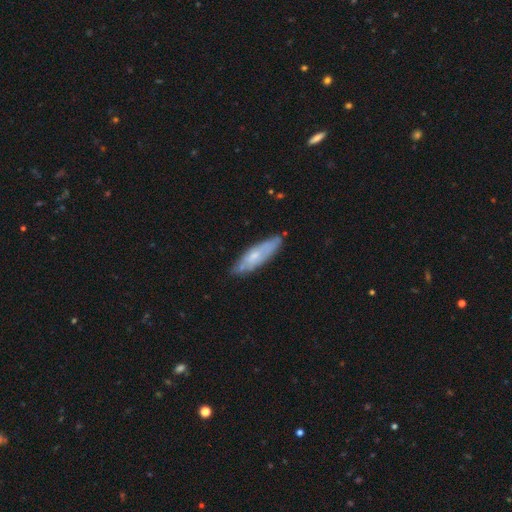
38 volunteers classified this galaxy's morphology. smooth-or-featured: featured or disk: 63% | smooth: 37% | star or artifact: 0%
  disk-edge-on: yes: 50% (tied) | no: 50% (tied)
    edge-on-bulge: rounded: 67% | none: 33% | boxy: 0%
  merging: none: 50% | minor disturbance: 42% | major disturbance: 5% | merger: 3%